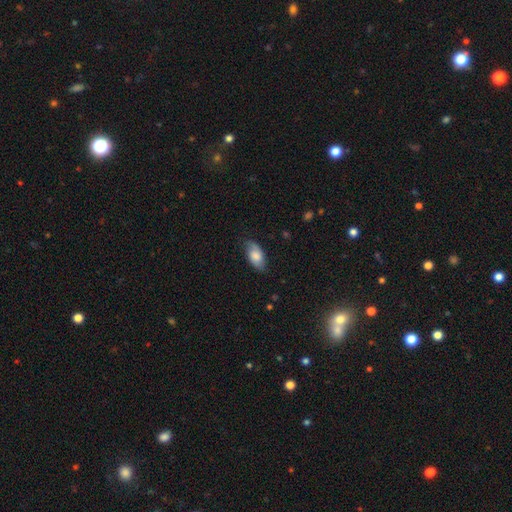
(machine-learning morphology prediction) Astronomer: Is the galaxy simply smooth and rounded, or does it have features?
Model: smooth — 72%.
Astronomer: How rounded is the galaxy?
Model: in between — 92%.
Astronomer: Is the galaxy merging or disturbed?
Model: none — 78%.